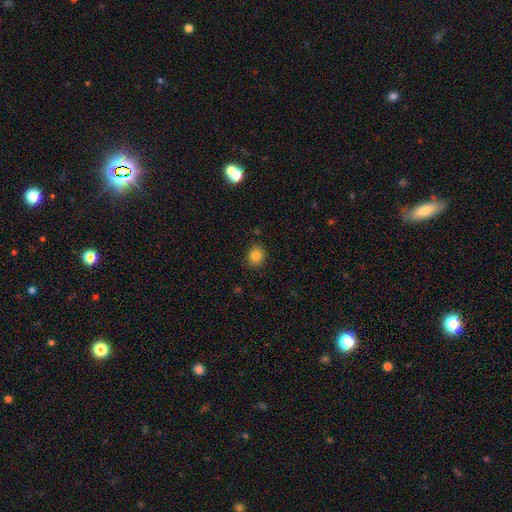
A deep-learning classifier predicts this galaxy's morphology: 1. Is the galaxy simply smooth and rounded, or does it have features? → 82% smooth, 11% star or artifact, 7% featured or disk.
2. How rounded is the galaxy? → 78% round, 21% in between, 1% cigar-shaped.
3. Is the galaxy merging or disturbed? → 88% none, 9% minor disturbance, 2% major disturbance, 1% merger.